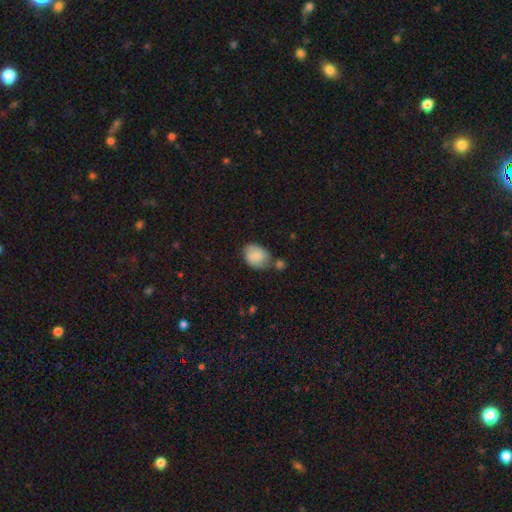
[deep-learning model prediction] This appears to be a smooth galaxy with no disk features (79%) that is in between round and cigar-shaped (68%). Merging: none (49%).